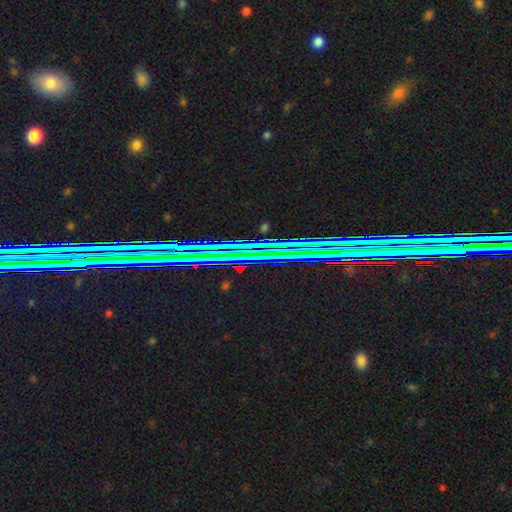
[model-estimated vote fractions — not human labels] The model was most divided on "smooth or featured": star or artifact: 81%, featured or disk: 10%, smooth: 9%.